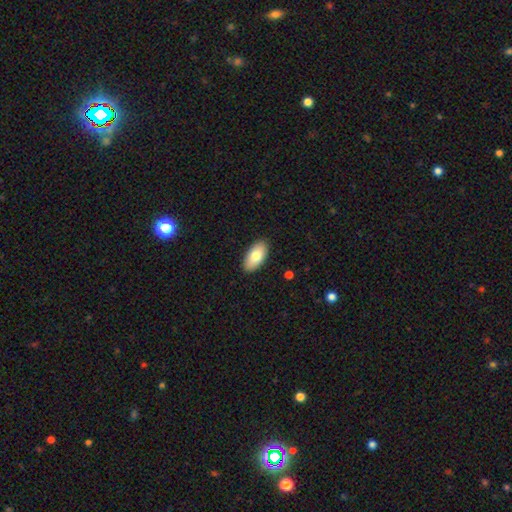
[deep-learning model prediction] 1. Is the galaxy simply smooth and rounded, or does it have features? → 80% smooth, 14% featured or disk, 6% star or artifact.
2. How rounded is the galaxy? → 95% in between, 3% cigar-shaped, 2% round.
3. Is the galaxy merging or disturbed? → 90% none, 8% minor disturbance, 2% major disturbance, 1% merger.